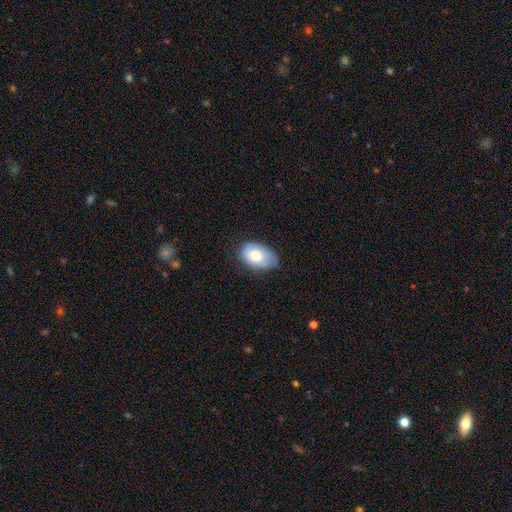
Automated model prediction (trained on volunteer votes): Smooth or featured: smooth — 75% (featured or disk — 18%)
How rounded: in between — 89% (round — 10%)
Merging: none — 64% (minor disturbance — 29%)